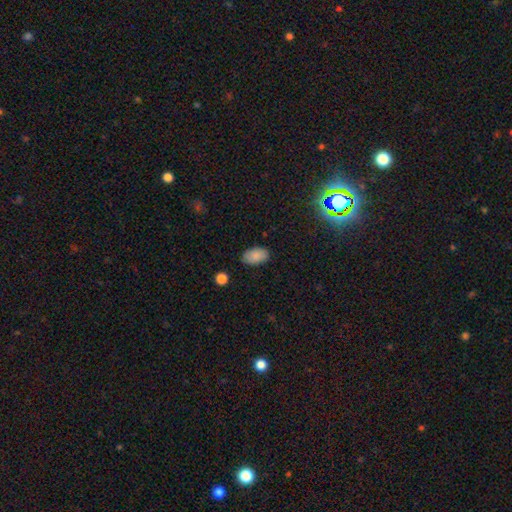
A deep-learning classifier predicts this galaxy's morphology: Q: Smooth or featured?
A: smooth (87%); runner-up: star or artifact (8%)
Q: How rounded?
A: in between (93%); runner-up: round (6%)
Q: Merging?
A: none (84%); runner-up: minor disturbance (12%)